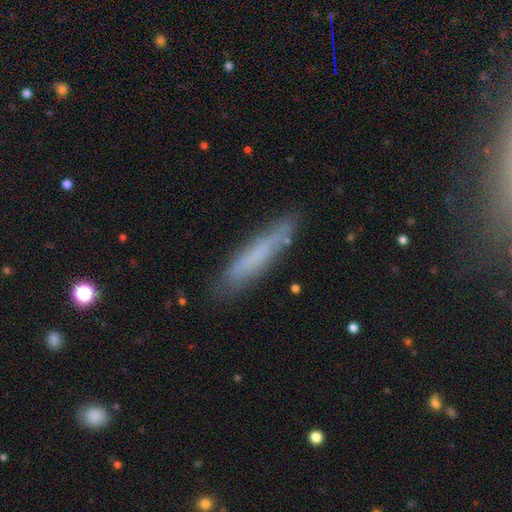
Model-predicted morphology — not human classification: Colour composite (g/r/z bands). It shows a smooth galaxy with no disk features (63%) that is cigar-shaped (89%). Merging: none (79%).